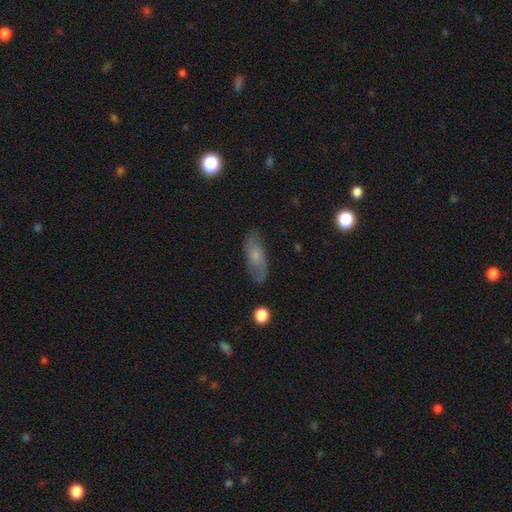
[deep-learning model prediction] Smooth or featured? Predicted: smooth (p=0.55). How rounded? Predicted: in between (p=0.73). Merging? Predicted: none (p=0.77).